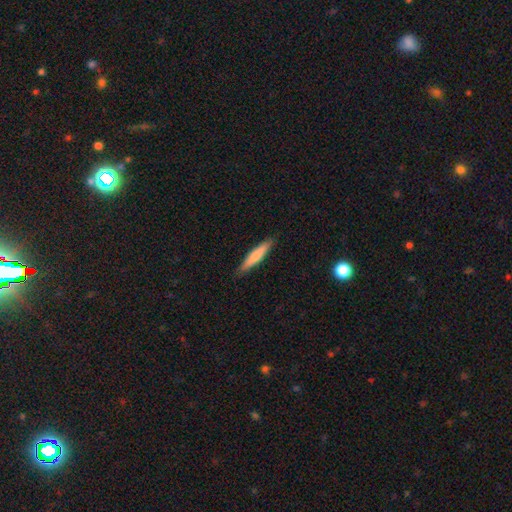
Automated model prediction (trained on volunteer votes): The model was most divided on "smooth or featured": smooth: 73%, featured or disk: 21%, star or artifact: 5%. More confident: how rounded — cigar-shaped (90%); merging — none (88%).